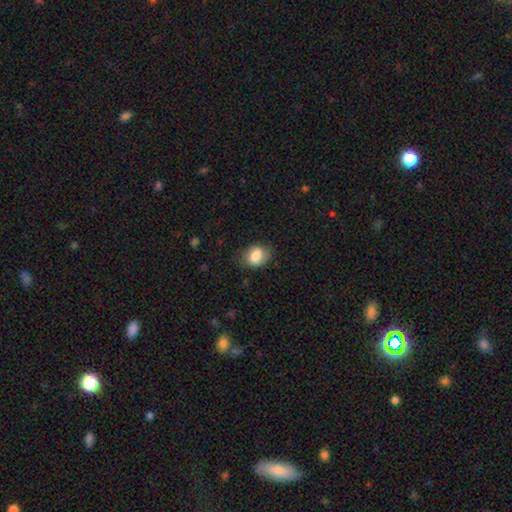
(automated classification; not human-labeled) smooth-or-featured: smooth: 82% | featured or disk: 10% | star or artifact: 8%
  how-rounded: in between: 66% | round: 33% | cigar-shaped: 1%
  merging: none: 71% | minor disturbance: 22% | major disturbance: 6% | merger: 1%